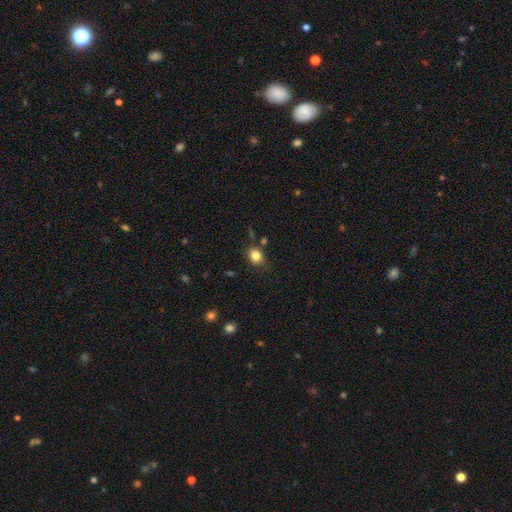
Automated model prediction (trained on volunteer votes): Overall: smooth (83%). How rounded: in between (50%; round 49%). Merging: none (77%).